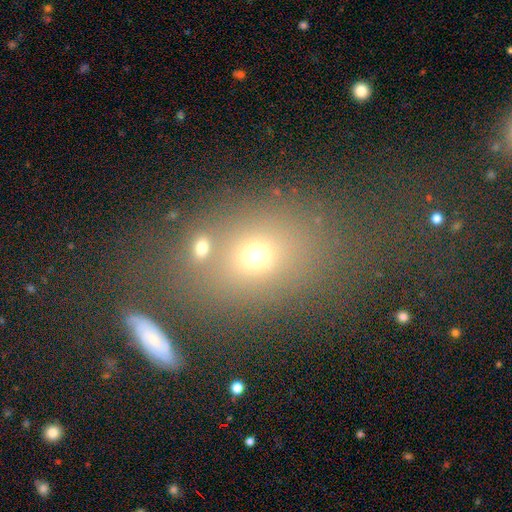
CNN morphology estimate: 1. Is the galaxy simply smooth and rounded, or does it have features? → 66% smooth, 21% star or artifact, 14% featured or disk.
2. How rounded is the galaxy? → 56% in between, 42% round, 2% cigar-shaped.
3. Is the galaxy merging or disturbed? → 59% none, 21% merger, 13% minor disturbance, 7% major disturbance.